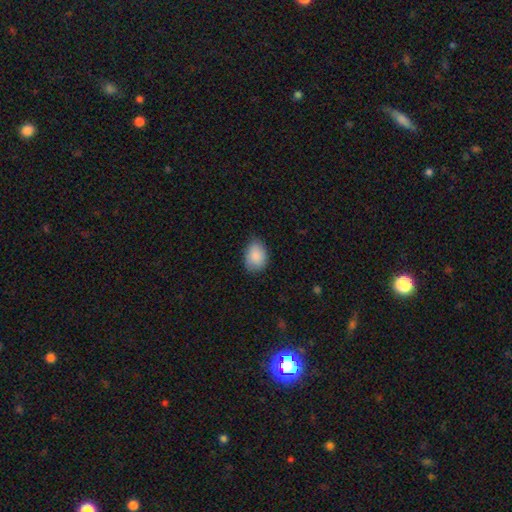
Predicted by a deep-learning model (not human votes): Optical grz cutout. It shows a smooth galaxy with no disk features (88%) that is in between round and cigar-shaped (72%). Merging: none (74%).